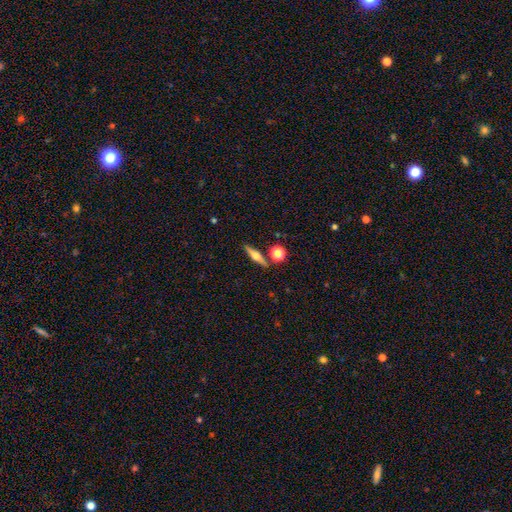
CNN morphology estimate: smooth-or-featured: featured or disk: 66% | smooth: 26% | star or artifact: 8%
  disk-edge-on: yes: 97% | no: 3%
    edge-on-bulge: rounded: 93% | boxy: 5% | none: 2%
  merging: none: 84% | minor disturbance: 7% | merger: 6% | major disturbance: 2%